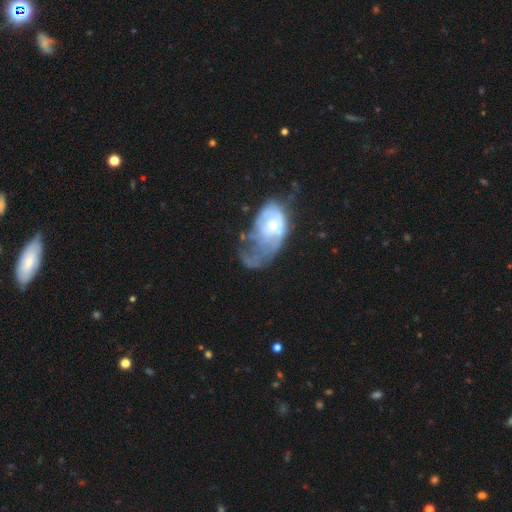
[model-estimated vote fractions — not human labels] Smooth or featured: featured or disk — 60% (smooth — 31%)
Edge-on disk: no — 95% (yes — 5%)
Bar: no — 81% (weak — 16%)
Spiral arms: yes — 51% (no — 49%)
Bulge size: small — 57% (moderate — 35%)
Merging: major disturbance — 56% (minor disturbance — 18%)